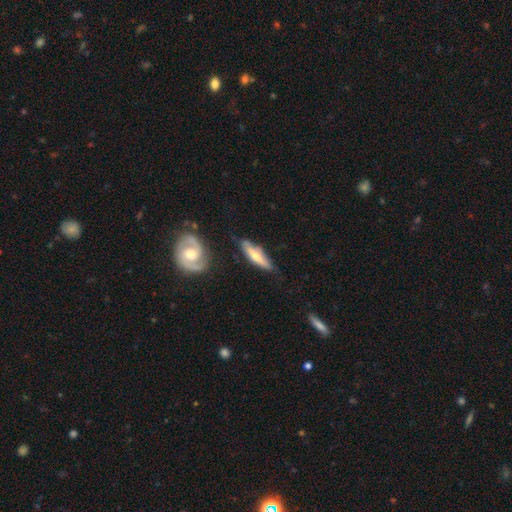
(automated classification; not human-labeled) Smooth or featured? Predicted: featured or disk (p=0.47, tied with smooth). Merging? Predicted: none (p=0.68).